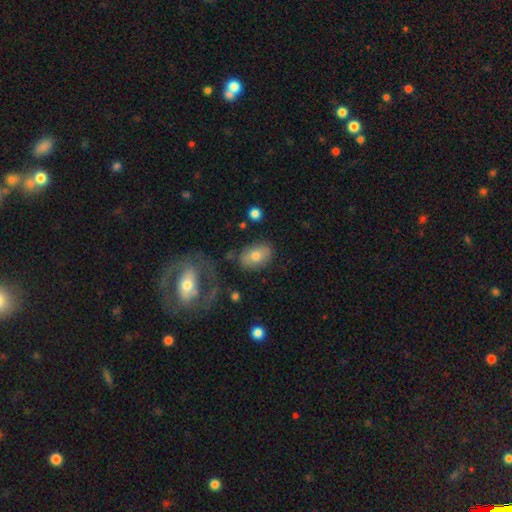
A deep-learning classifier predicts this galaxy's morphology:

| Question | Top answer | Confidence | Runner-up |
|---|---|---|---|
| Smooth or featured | smooth | 69% | featured or disk (23%) |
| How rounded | in between | 83% | round (15%) |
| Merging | none | 78% | minor disturbance (13%) |